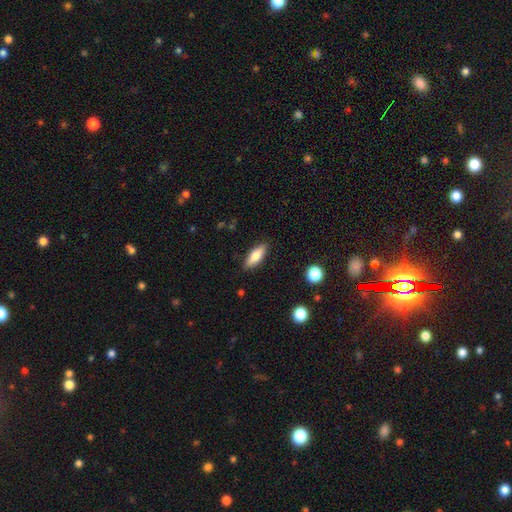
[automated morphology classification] Q: Smooth or featured?
A: smooth (75%); runner-up: featured or disk (19%)
Q: How rounded?
A: in between (61%); runner-up: cigar-shaped (37%)
Q: Merging?
A: none (87%); runner-up: minor disturbance (10%)